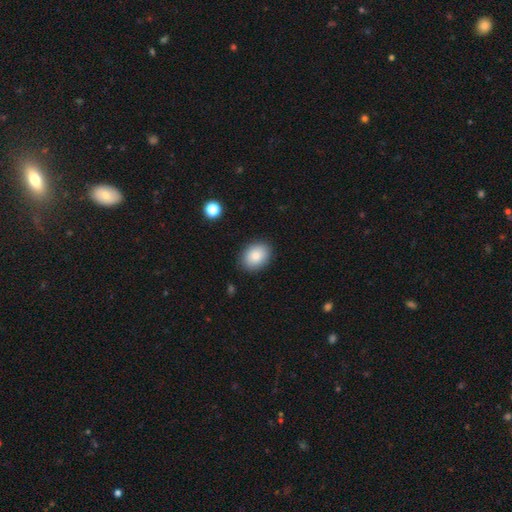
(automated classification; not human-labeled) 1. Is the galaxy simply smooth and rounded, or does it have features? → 84% smooth, 8% star or artifact, 8% featured or disk.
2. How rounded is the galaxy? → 68% in between, 31% round, 1% cigar-shaped.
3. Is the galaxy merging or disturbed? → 87% none, 10% minor disturbance, 2% major disturbance, 1% merger.